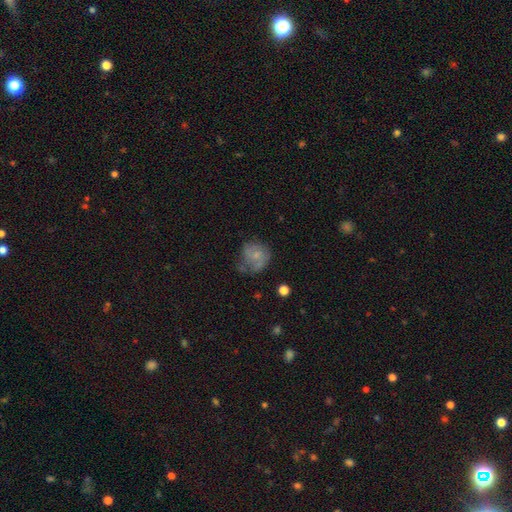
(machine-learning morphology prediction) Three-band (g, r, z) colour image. It shows a smooth galaxy with no disk features (52%) that is round (76%). Merging: none (48%).